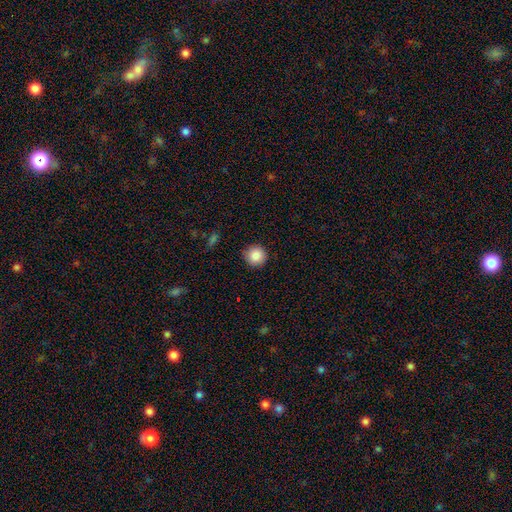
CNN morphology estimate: A smooth galaxy with no disk features (86%) that is round (95%). Merging: none (90%).